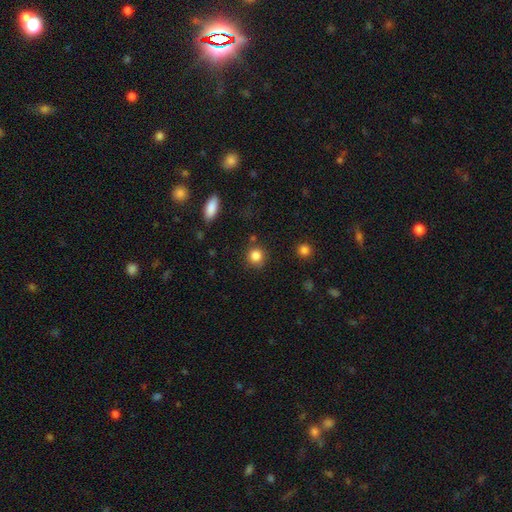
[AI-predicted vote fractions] smooth 85%, star or artifact 11%, featured or disk 5%. Down the decision tree: how rounded — round (89%); merging — none (83%).